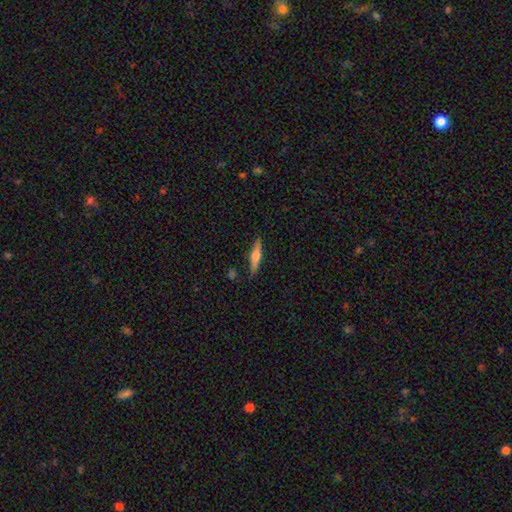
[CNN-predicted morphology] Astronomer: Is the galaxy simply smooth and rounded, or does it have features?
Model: featured or disk — 48% (runner-up: smooth, 46%).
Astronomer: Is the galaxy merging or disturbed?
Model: none — 85%.